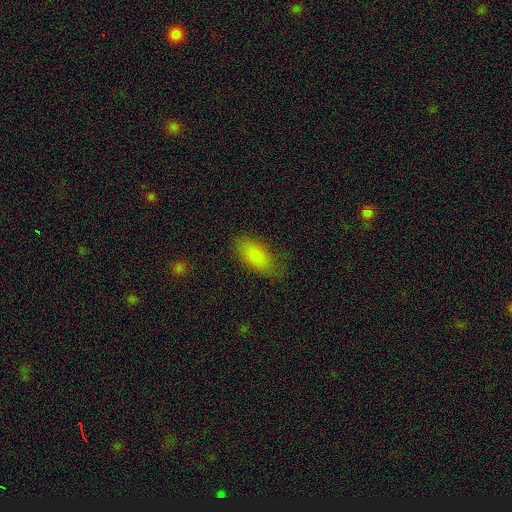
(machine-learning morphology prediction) This is clearly a smooth galaxy (86%). How rounded: clearly in between (89%). Merging: likely none (76%).